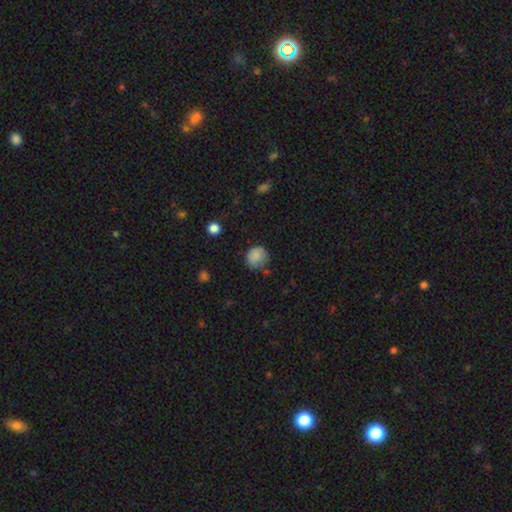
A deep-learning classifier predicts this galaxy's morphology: Smooth or featured: smooth — 84% (star or artifact — 10%)
How rounded: round — 84% (in between — 15%)
Merging: none — 67% (minor disturbance — 23%)